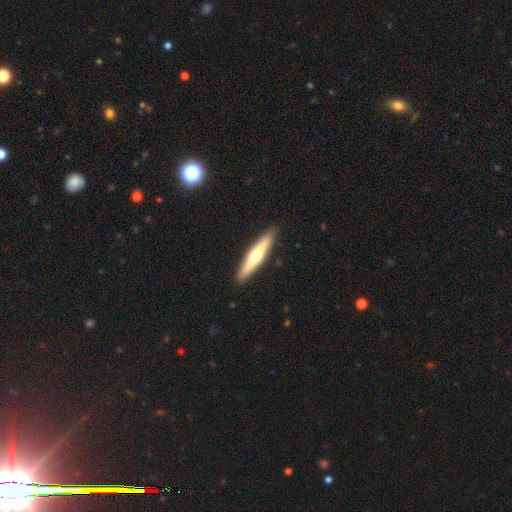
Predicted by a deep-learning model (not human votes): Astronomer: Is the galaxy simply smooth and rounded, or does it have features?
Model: smooth — 49% (runner-up: featured or disk, 46%).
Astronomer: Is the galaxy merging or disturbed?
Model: none — 91%.